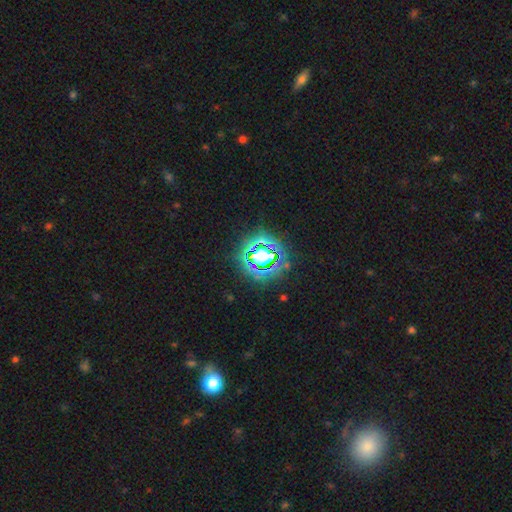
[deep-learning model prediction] Smooth or featured? star or artifact (82%)